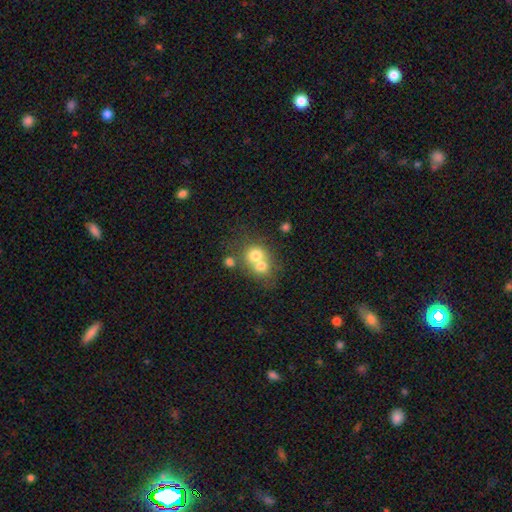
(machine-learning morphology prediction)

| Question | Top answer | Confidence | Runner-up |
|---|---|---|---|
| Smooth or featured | smooth | 69% | featured or disk (19%) |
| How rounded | round | 75% | in between (24%) |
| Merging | merger | 63% | none (28%) |